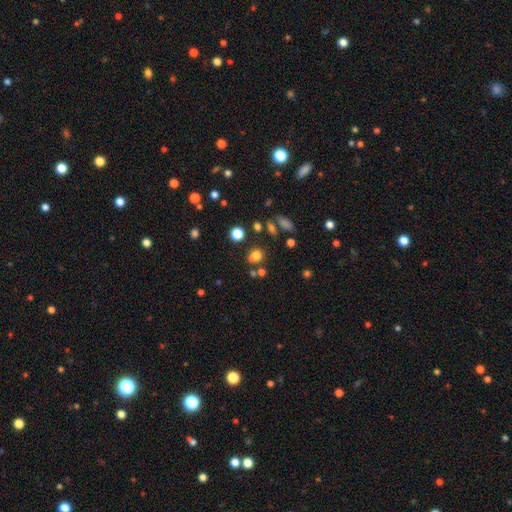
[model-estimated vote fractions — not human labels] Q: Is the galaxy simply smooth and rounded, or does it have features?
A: smooth — 71%.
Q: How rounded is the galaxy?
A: round — 69%.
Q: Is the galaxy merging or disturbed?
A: none — 62%.